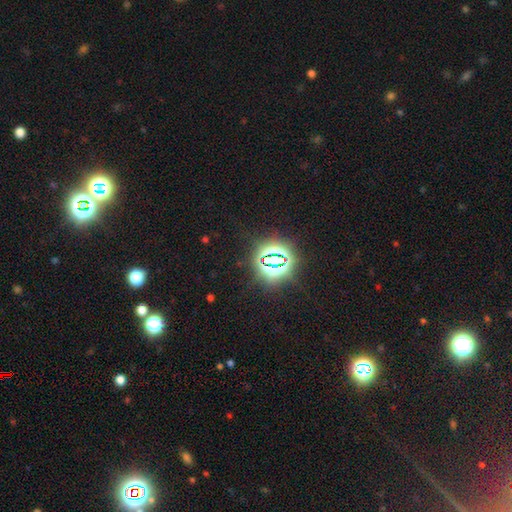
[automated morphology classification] star or artifact 80%, smooth 13%, featured or disk 7%.